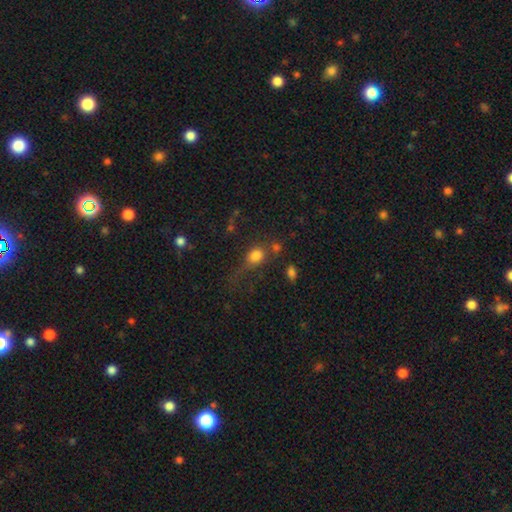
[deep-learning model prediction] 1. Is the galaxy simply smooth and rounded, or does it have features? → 76% smooth, 13% star or artifact, 11% featured or disk.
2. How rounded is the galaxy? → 52% round, 44% in between, 4% cigar-shaped.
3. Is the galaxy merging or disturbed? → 46% none, 21% minor disturbance, 20% major disturbance, 13% merger.